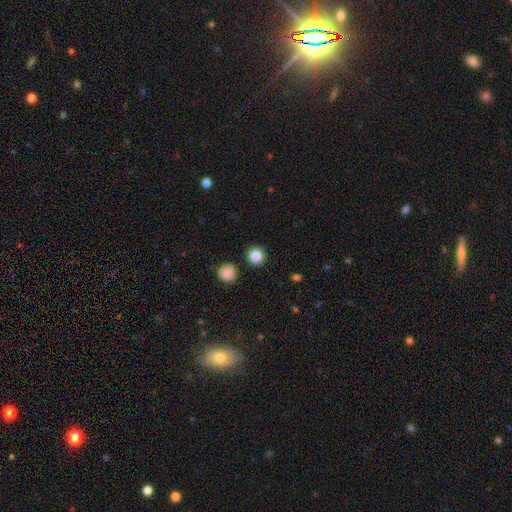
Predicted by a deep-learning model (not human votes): The model was most divided on "smooth or featured": smooth: 84%, star or artifact: 11%, featured or disk: 5%. More confident: how rounded — round (94%); merging — none (91%).